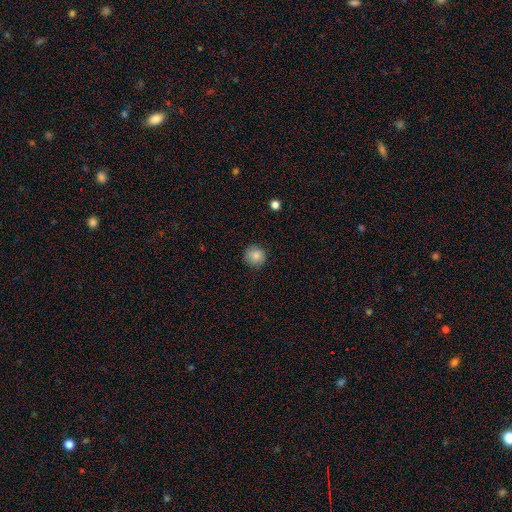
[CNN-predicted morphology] A smooth galaxy with no disk features (85%) that is round (93%).

Vote fractions:
- Smooth or featured? smooth: 85% / star or artifact: 9% / featured or disk: 6%
- How rounded? round: 93% / in between: 6% / cigar-shaped: 1%
- Merging? none: 88% / minor disturbance: 9% / major disturbance: 2% / merger: 1%